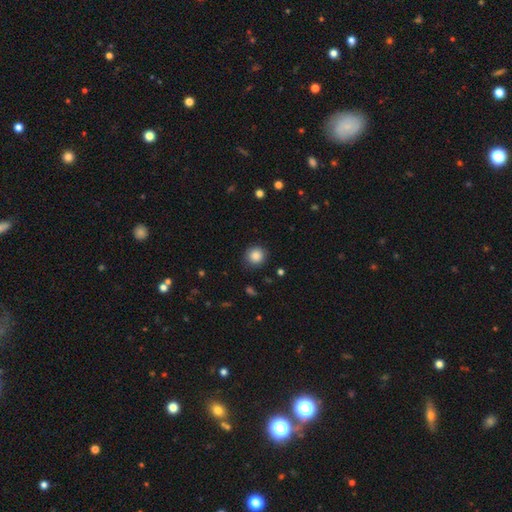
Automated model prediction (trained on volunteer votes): A smooth galaxy with no disk features (86%) that is round (91%).

Vote fractions:
- Smooth or featured? smooth: 86% / star or artifact: 10% / featured or disk: 4%
- How rounded? round: 91% / in between: 8% / cigar-shaped: 1%
- Merging? none: 87% / minor disturbance: 10% / major disturbance: 3% / merger: 1%